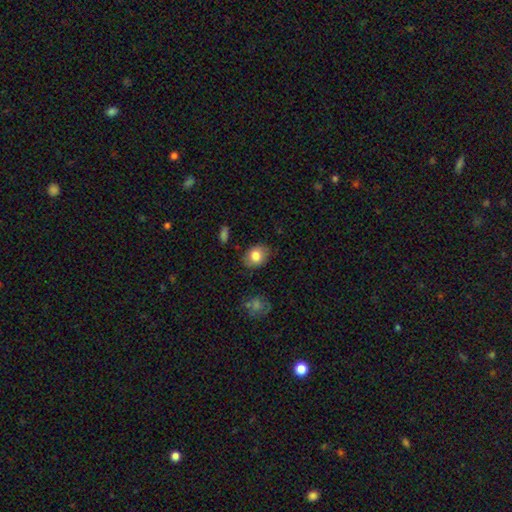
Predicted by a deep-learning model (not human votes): The model was most divided on "how rounded": in between: 67%, round: 32%, cigar-shaped: 1%. More confident: merging — none (83%); smooth or featured — smooth (80%).